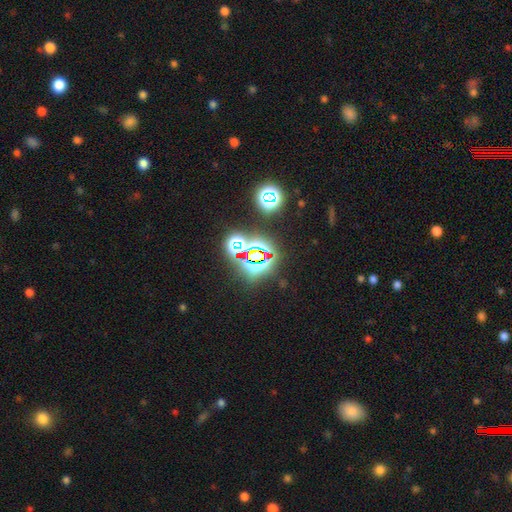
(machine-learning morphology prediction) smooth_or_featured: star or artifact (p=0.76) [alt: smooth p=0.14]